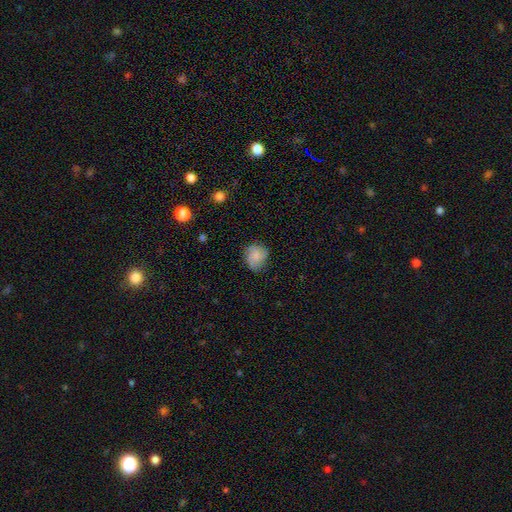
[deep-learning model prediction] Smooth or featured?
  - smooth: 66% *
  - featured or disk: 25%
  - star or artifact: 8%
How rounded?
  - round: 69% *
  - in between: 30%
  - cigar-shaped: 1%
Merging?
  - none: 66% *
  - minor disturbance: 26%
  - major disturbance: 7%
  - merger: 1%